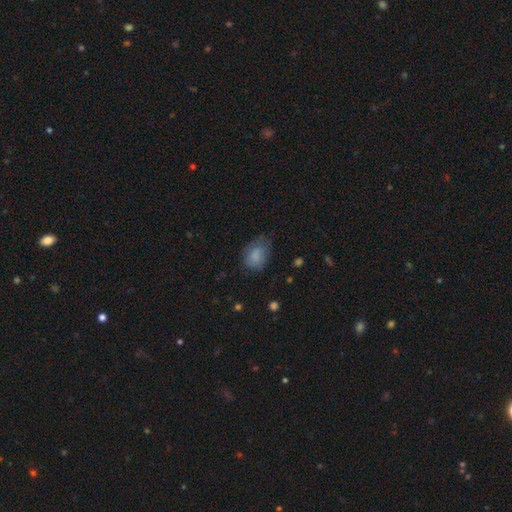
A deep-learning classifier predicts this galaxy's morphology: Q: Smooth or featured?
A: smooth (79%); runner-up: featured or disk (12%)
Q: How rounded?
A: in between (75%); runner-up: round (24%)
Q: Merging?
A: none (52%); runner-up: minor disturbance (33%)